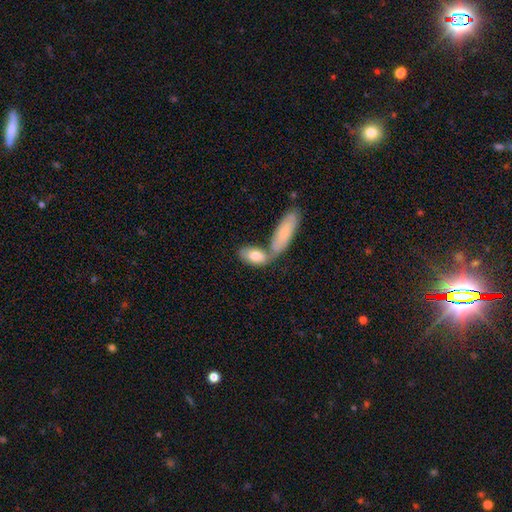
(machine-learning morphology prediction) Overall: smooth (77%). How rounded: in between (83%). Merging: merger (46%; none 38%).